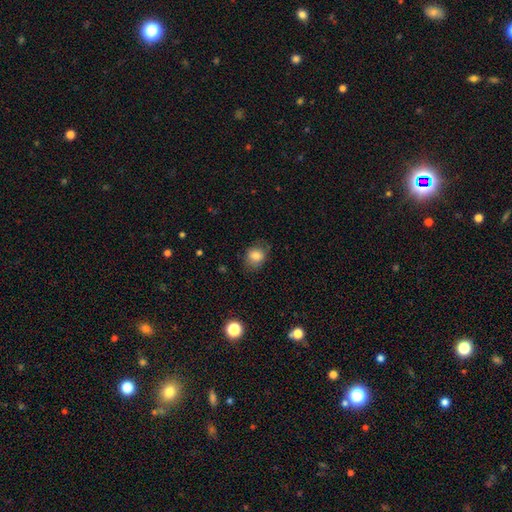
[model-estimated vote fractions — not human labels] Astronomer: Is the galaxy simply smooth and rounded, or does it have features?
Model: smooth — 80%.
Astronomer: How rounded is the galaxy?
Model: round — 60% (runner-up: in between, 39%).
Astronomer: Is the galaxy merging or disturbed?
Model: none — 71%.